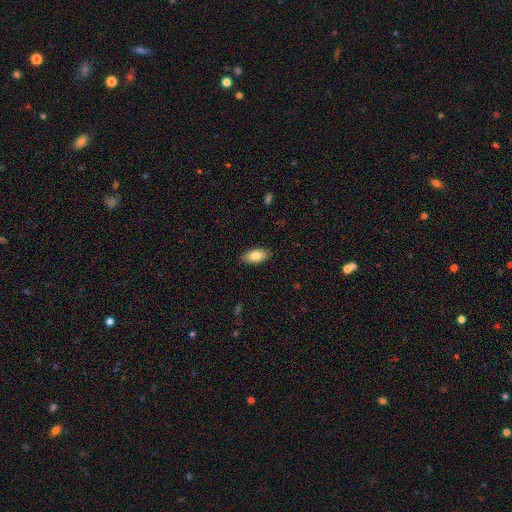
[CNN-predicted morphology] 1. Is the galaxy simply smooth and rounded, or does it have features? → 83% smooth, 10% featured or disk, 7% star or artifact.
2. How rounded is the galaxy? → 93% in between, 4% cigar-shaped, 3% round.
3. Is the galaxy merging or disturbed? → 88% none, 9% minor disturbance, 2% major disturbance, 1% merger.